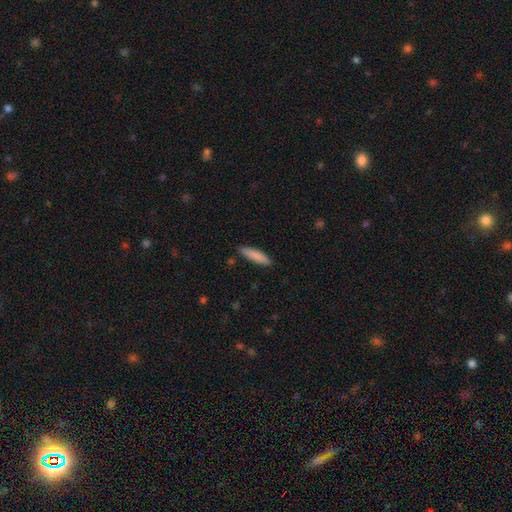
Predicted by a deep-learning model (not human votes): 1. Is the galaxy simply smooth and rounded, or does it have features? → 86% smooth, 9% featured or disk, 6% star or artifact.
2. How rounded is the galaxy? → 78% cigar-shaped, 21% in between, 1% round.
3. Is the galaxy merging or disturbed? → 86% none, 10% minor disturbance, 2% major disturbance, 2% merger.